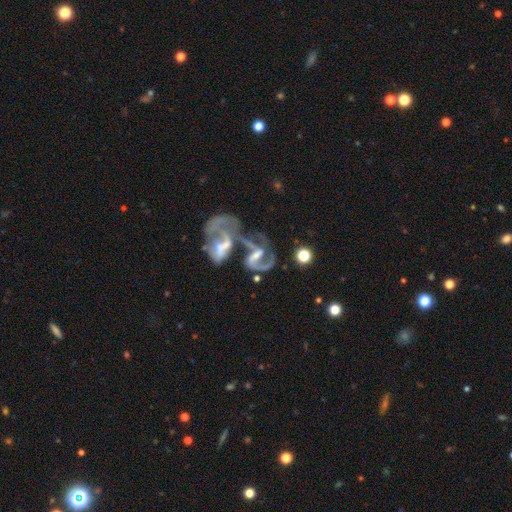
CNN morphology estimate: featured or disk 81%, smooth 11%, star or artifact 9%. Down the decision tree: edge-on disk — no (97%); bar — weak (39%); spiral arms — yes (81%); spiral arm count — 2 (60%); spiral winding — loose (42%); bulge size — moderate (35%); merging — merger (61%).